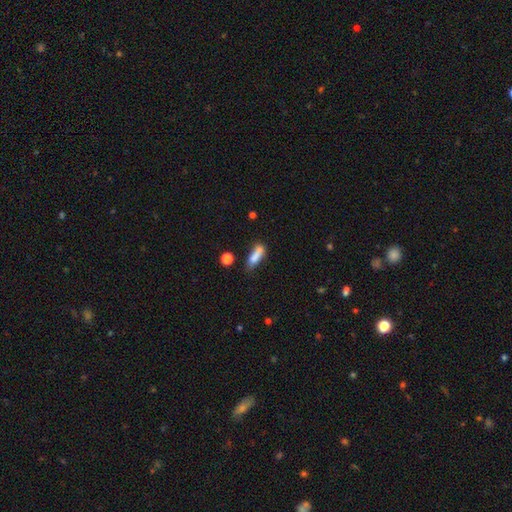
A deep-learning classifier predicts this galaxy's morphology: Smooth or featured? smooth (78%)
How rounded? cigar-shaped (61%)
Merging? none (49%)